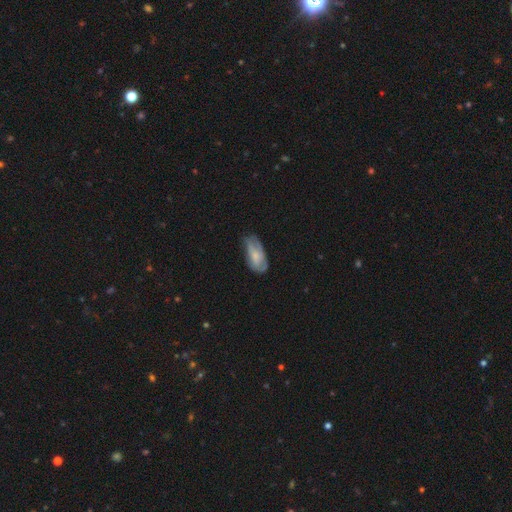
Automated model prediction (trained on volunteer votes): This is possibly a smooth galaxy (51%). How rounded: clearly in between (89%). Merging: possibly none (45%).